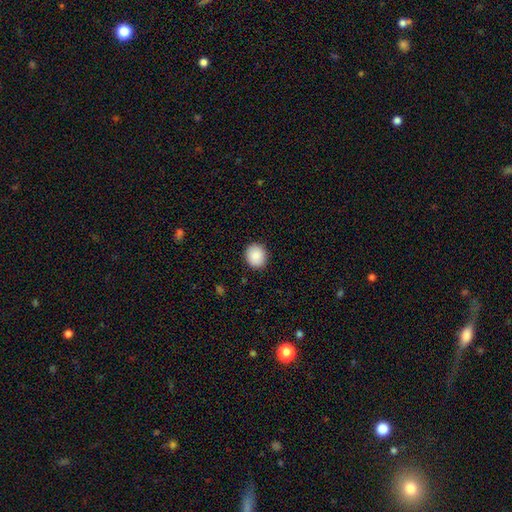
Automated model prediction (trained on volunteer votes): Smooth or featured? Predicted: smooth (p=0.89). How rounded? Predicted: round (p=0.77). Merging? Predicted: none (p=0.90).